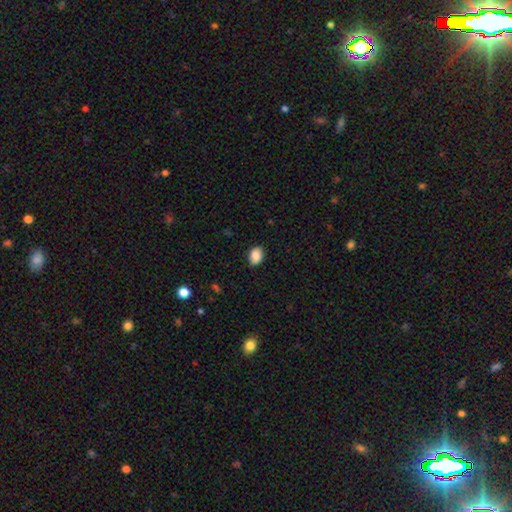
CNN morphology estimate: Smooth or featured?
  - smooth: 89% *
  - star or artifact: 7%
  - featured or disk: 4%
How rounded?
  - in between: 78% *
  - round: 21%
  - cigar-shaped: 1%
Merging?
  - none: 86% *
  - minor disturbance: 10%
  - major disturbance: 2%
  - merger: 1%